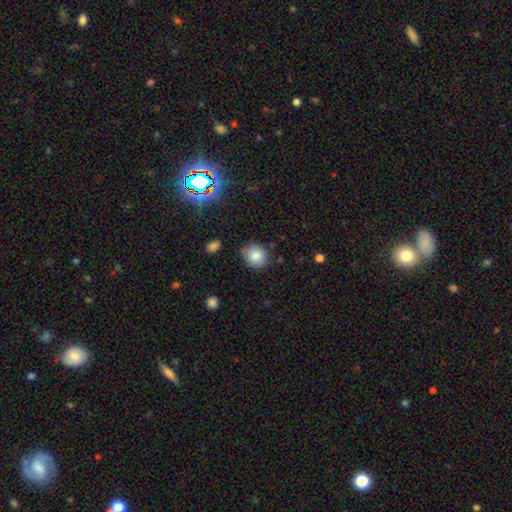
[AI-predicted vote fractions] The model was most divided on "how rounded": round: 76%, in between: 23%, cigar-shaped: 1%. More confident: smooth or featured — smooth (84%); merging — none (80%).